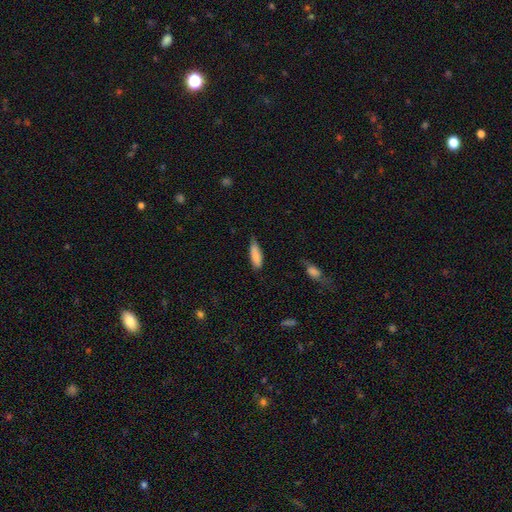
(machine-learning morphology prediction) This is clearly a smooth galaxy (83%). How rounded: possibly in between (56%). Merging: likely none (61%).